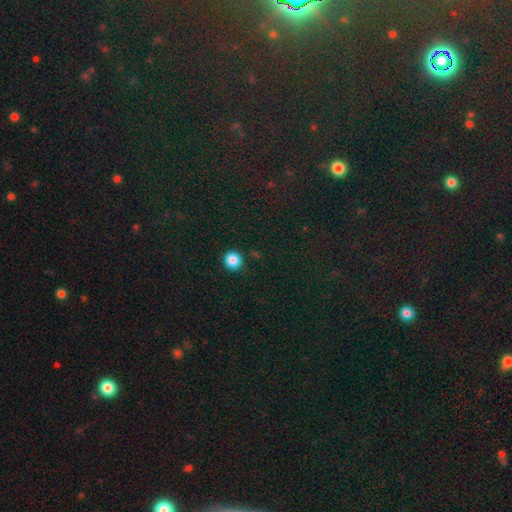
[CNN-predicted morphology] Overall: star or artifact (74%).